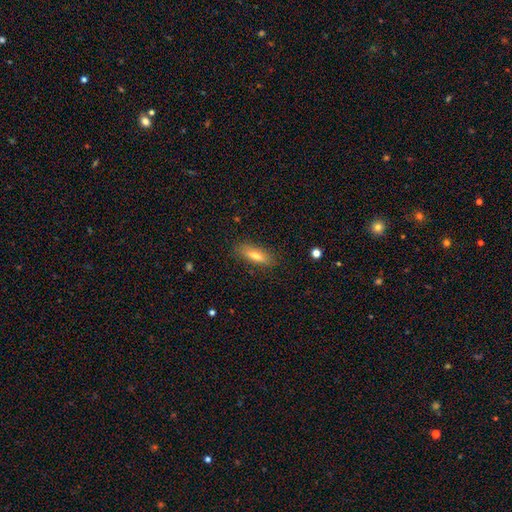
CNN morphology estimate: A smooth galaxy with no disk features (71%) that is in between round and cigar-shaped (52%). Merging: none (86%).